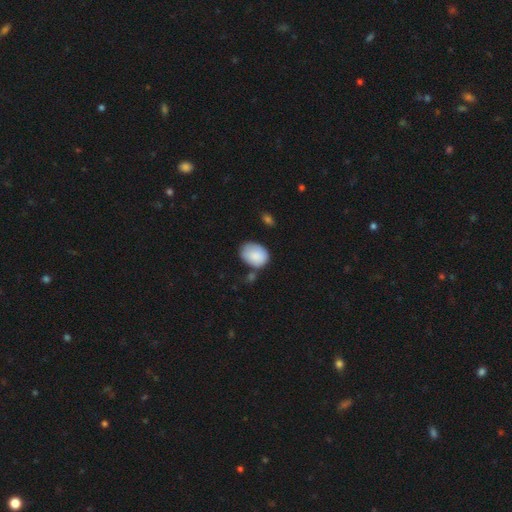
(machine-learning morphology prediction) A smooth galaxy with no disk features (86%) that is in between round and cigar-shaped (61%). Merging: none (50%).